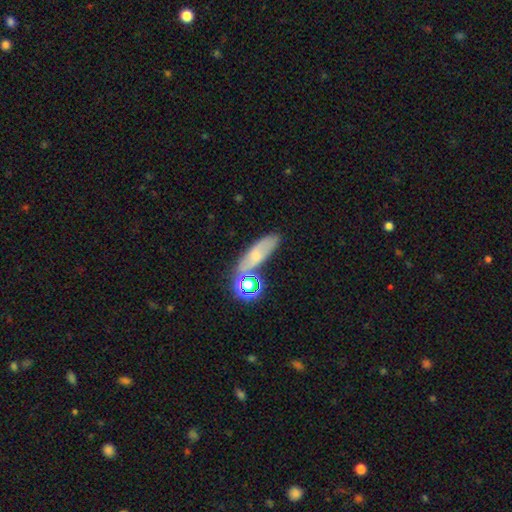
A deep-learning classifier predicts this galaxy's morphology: smooth 48%, featured or disk 28%, star or artifact 24%. Down the decision tree: merging — none (61%).